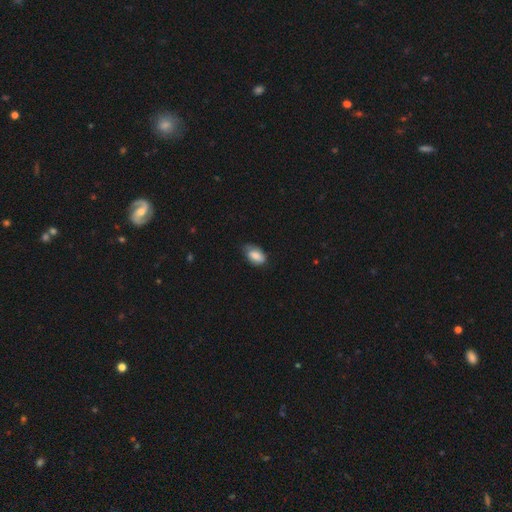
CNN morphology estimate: Smooth or featured? Predicted: smooth (p=0.80). How rounded? Predicted: in between (p=0.92). Merging? Predicted: none (p=0.58).